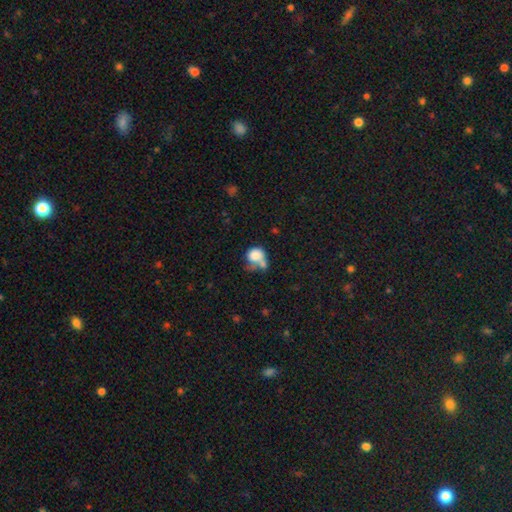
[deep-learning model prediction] A smooth galaxy with no disk features (77%) that is round (63%).

Vote fractions:
- Smooth or featured? smooth: 77% / featured or disk: 14% / star or artifact: 9%
- How rounded? round: 63% / in between: 36% / cigar-shaped: 1%
- Merging? merger: 42% / none: 24% / major disturbance: 17% / minor disturbance: 17%